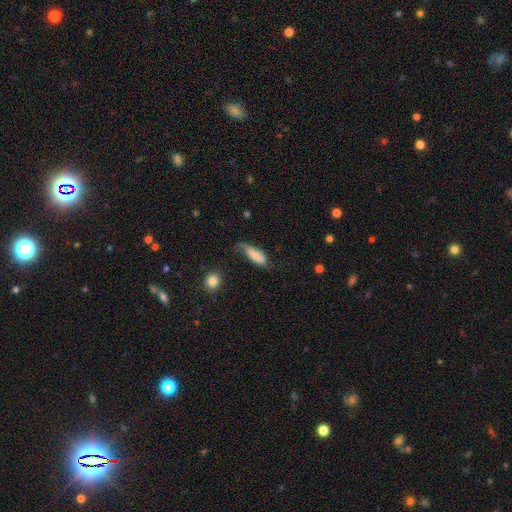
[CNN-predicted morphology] A smooth galaxy with no disk features (69%) that is in between round and cigar-shaped (65%). Merging: none (37%).